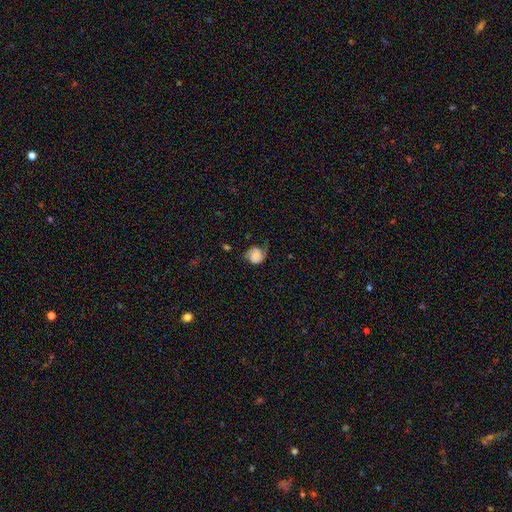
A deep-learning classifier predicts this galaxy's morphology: smooth_or_featured: featured or disk (p=0.48) [alt: smooth p=0.43]
merging: none (p=0.51) [alt: minor disturbance p=0.29]